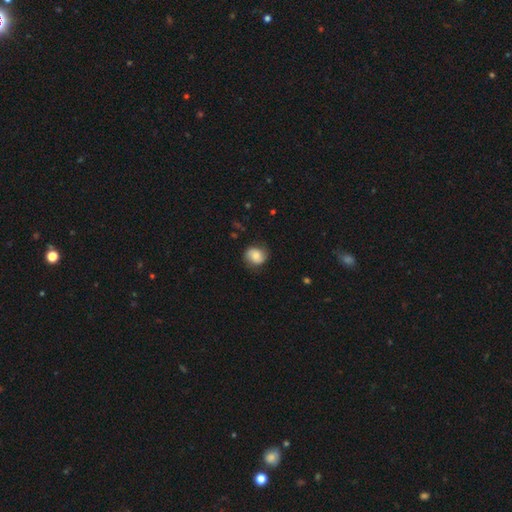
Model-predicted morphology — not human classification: The model was most divided on "smooth or featured": smooth: 59%, featured or disk: 33%, star or artifact: 8%. More confident: merging — none (77%); how rounded — round (74%).